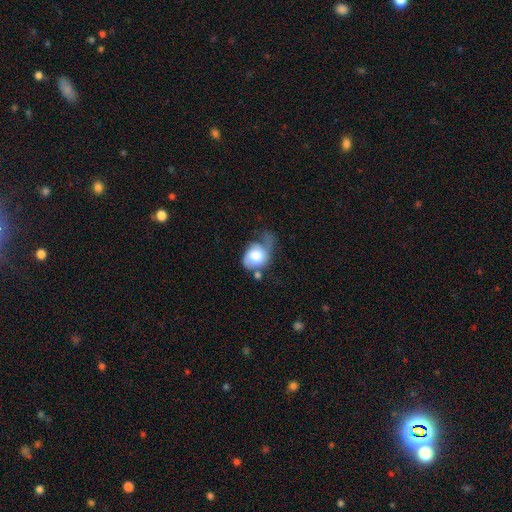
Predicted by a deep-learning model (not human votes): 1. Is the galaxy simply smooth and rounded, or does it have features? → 52% smooth, 40% featured or disk, 7% star or artifact.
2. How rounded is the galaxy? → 52% in between, 47% round, 1% cigar-shaped.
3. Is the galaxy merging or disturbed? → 39% major disturbance, 28% minor disturbance, 22% none, 11% merger.